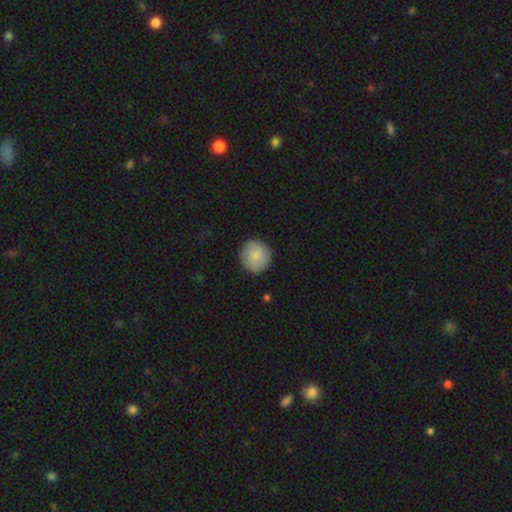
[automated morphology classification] Smooth or featured: smooth — 82% (featured or disk — 11%)
How rounded: round — 92% (in between — 7%)
Merging: none — 88% (minor disturbance — 9%)